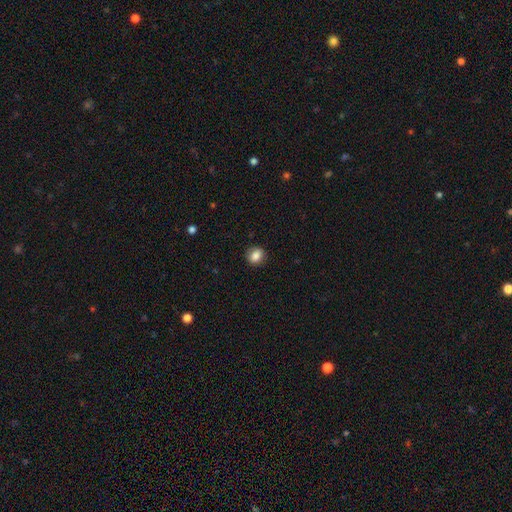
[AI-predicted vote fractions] This appears to be a smooth galaxy with no disk features (85%) that is round (66%). Merging: none (88%).